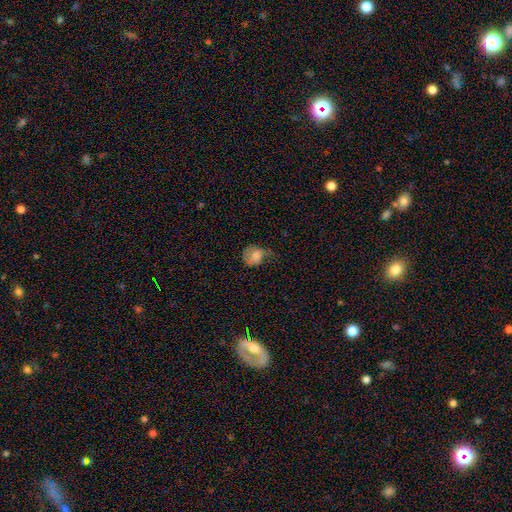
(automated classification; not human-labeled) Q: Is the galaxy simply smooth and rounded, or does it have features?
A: smooth — 60%.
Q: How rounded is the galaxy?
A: round — 57%.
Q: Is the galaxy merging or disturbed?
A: minor disturbance — 33%, tied with major disturbance.